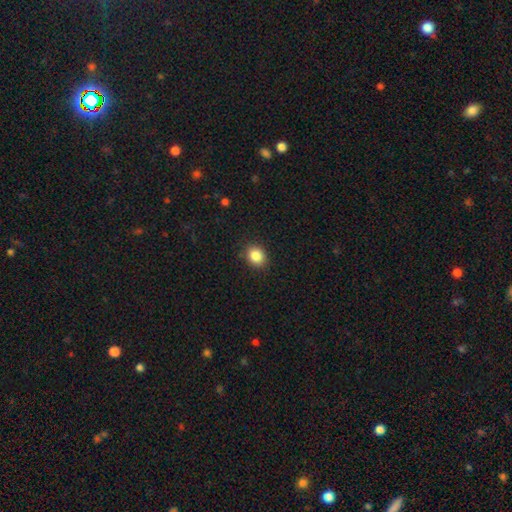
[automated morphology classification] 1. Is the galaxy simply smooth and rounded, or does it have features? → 86% smooth, 10% star or artifact, 4% featured or disk.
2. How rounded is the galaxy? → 62% round, 37% in between, 1% cigar-shaped.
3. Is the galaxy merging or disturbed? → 88% none, 8% minor disturbance, 2% major disturbance, 1% merger.